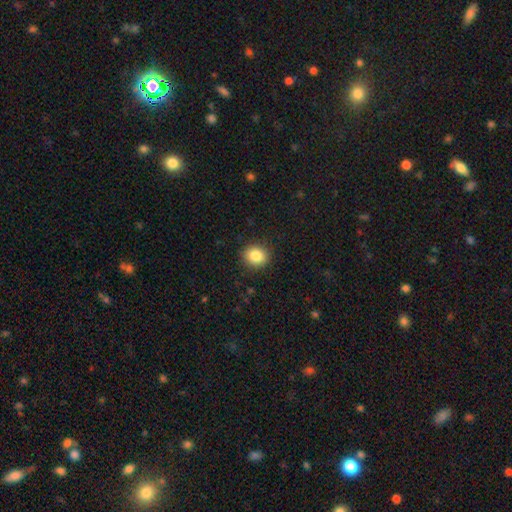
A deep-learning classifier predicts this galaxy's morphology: smooth 85%, star or artifact 10%, featured or disk 5%. Down the decision tree: how rounded — round (76%); merging — none (90%).